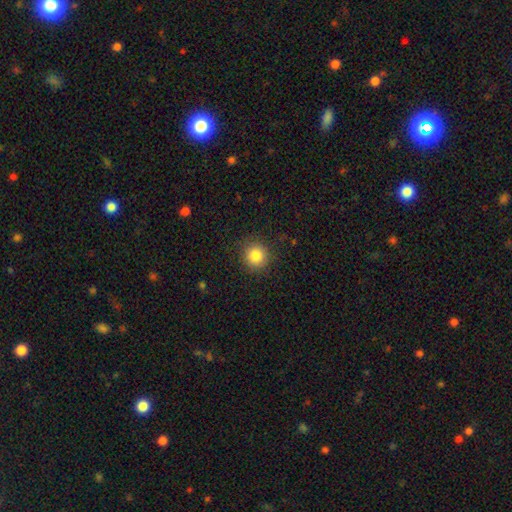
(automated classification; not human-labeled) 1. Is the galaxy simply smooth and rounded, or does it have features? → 84% smooth, 11% star or artifact, 5% featured or disk.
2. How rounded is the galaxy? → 93% round, 7% in between, 1% cigar-shaped.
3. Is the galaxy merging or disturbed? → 89% none, 7% minor disturbance, 3% major disturbance, 1% merger.